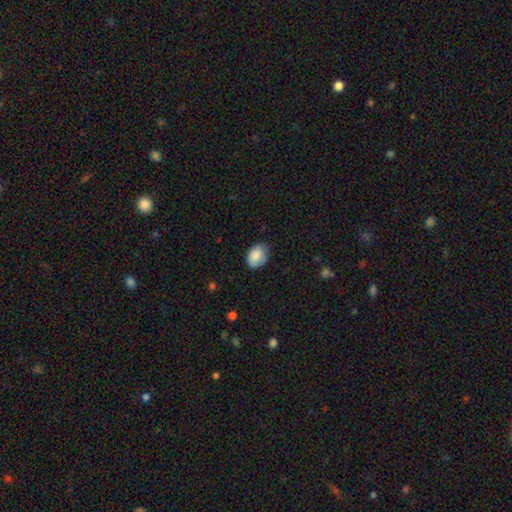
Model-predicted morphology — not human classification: Overall: smooth (84%). How rounded: in between (77%). Merging: none (65%; minor disturbance 29%).